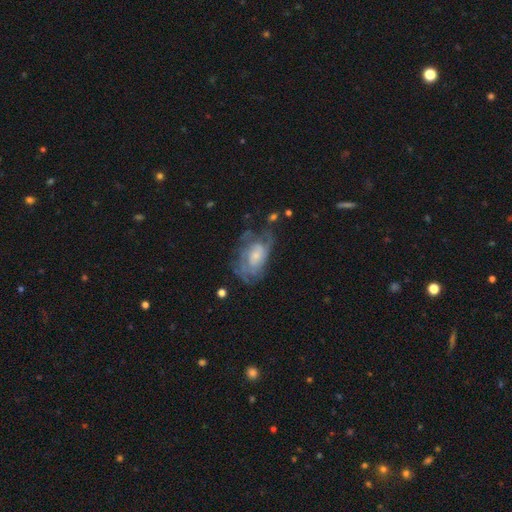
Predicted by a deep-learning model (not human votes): smooth-or-featured: featured or disk: 72% | smooth: 20% | star or artifact: 8%
  disk-edge-on: no: 96% | yes: 4%
    bar: no: 66% | weak: 29% | strong: 5%
    has-spiral-arms: yes: 81% | no: 19%
      spiral-winding: tight: 46% | medium: 38% | loose: 16%
      spiral-arm-count: can't tell: 50% | 2: 22% | 3: 13% | 4: 7% | 1: 5% | more than 4: 4%
    bulge-size: small: 51% | moderate: 34% | none: 8% | large: 6% | dominant: 1%
  merging: none: 50% | minor disturbance: 24% | major disturbance: 22% | merger: 3%